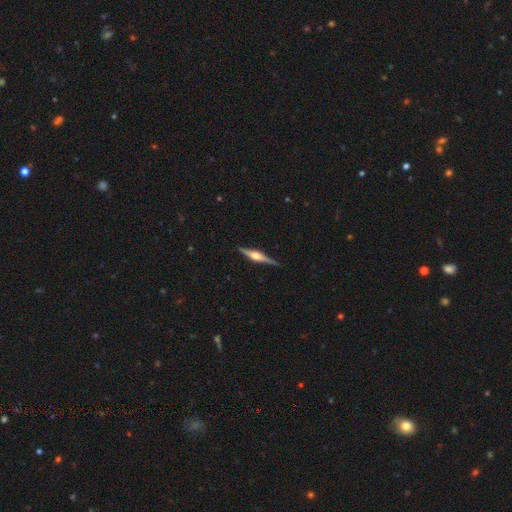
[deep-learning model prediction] A featured or disk galaxy (79%) viewed edge-on (98%) with a rounded central bulge (88%). Merging: none (89%).